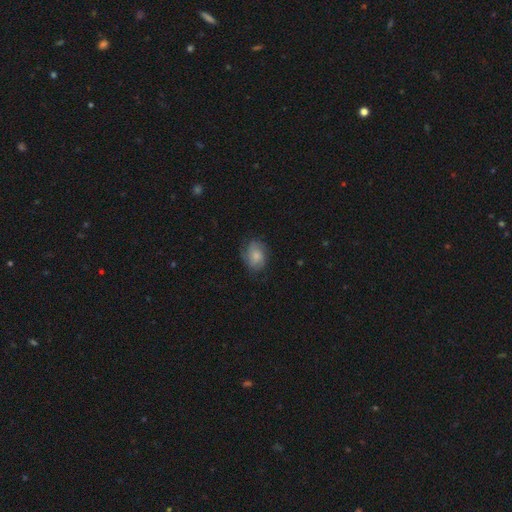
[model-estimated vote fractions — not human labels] Overall: smooth (61%; featured or disk 31%). How rounded: in between (66%; round 33%). Merging: none (66%).